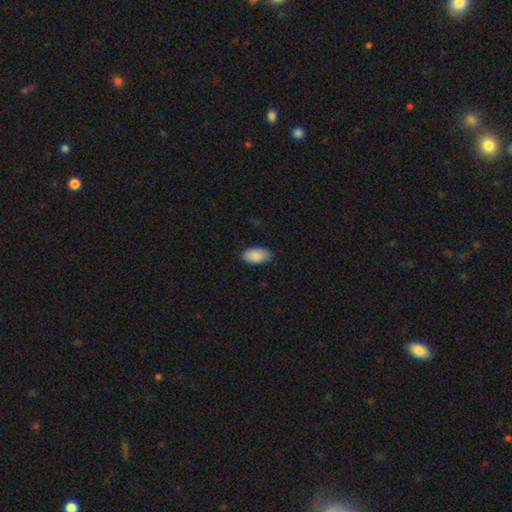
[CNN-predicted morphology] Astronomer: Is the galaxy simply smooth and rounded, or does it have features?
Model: smooth — 89%.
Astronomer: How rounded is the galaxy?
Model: in between — 95%.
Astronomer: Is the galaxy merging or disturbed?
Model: none — 85%.